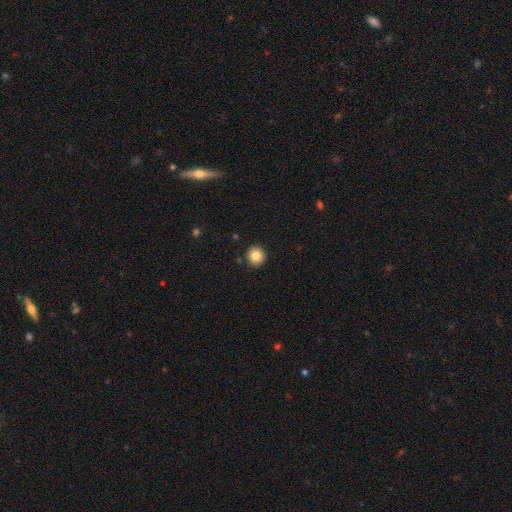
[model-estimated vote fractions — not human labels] Overall: smooth (85%). How rounded: round (93%). Merging: none (92%).